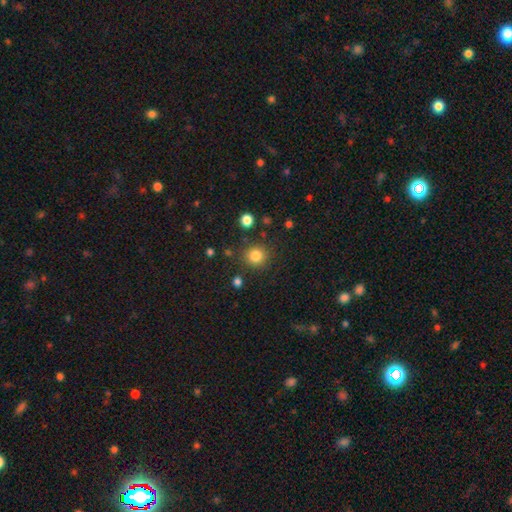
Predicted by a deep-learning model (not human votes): This appears to be a smooth galaxy with no disk features (83%) that is round (89%). Merging: none (84%).